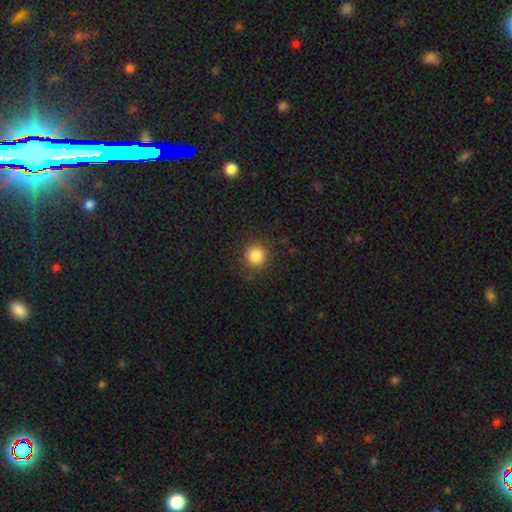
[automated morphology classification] Smooth or featured?
  - smooth: 85% *
  - star or artifact: 11%
  - featured or disk: 4%
How rounded?
  - round: 91% *
  - in between: 8%
  - cigar-shaped: 1%
Merging?
  - none: 88% *
  - minor disturbance: 8%
  - major disturbance: 3%
  - merger: 1%